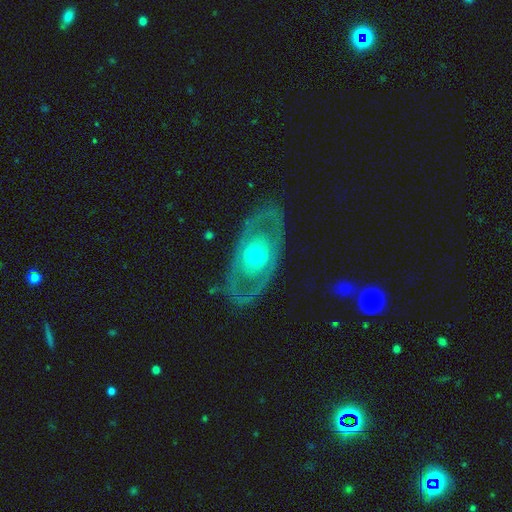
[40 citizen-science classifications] Q: Smooth or featured?
A: featured or disk (65%); runner-up: smooth (30%)
Q: Edge-on disk?
A: no (96%); runner-up: yes (4%)
Q: Bar?
A: no (64%); runner-up: strong (20%)
Q: Spiral arms?
A: no (84%); runner-up: yes (16%)
Q: Bulge size?
A: moderate (68%); runner-up: large (24%)
Q: Merging?
A: none (79%); runner-up: minor disturbance (16%)